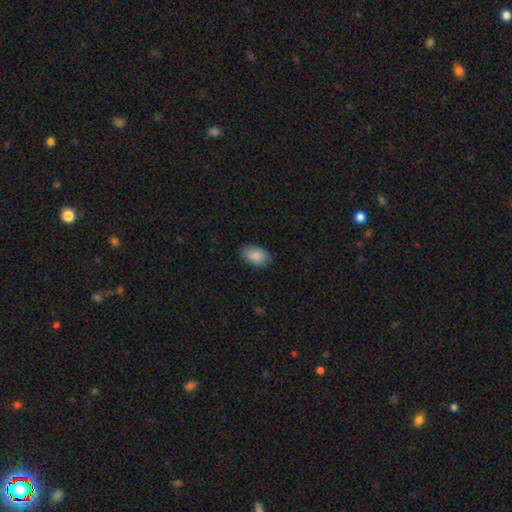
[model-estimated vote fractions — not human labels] Smooth or featured?
  - smooth: 89% *
  - star or artifact: 7%
  - featured or disk: 4%
How rounded?
  - in between: 90% *
  - round: 8%
  - cigar-shaped: 1%
Merging?
  - none: 81% *
  - minor disturbance: 15%
  - major disturbance: 3%
  - merger: 1%